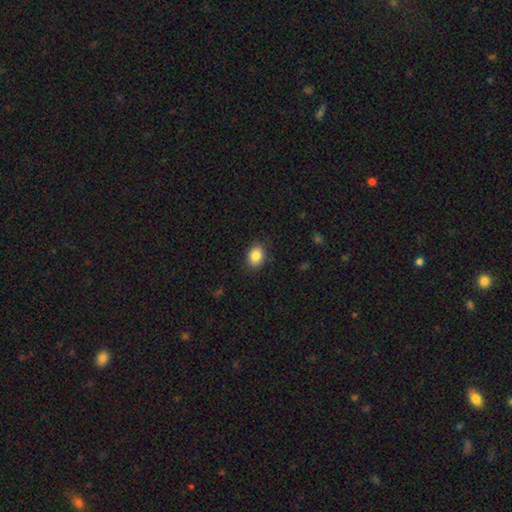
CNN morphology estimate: Smooth or featured?
  - smooth: 87% *
  - star or artifact: 8%
  - featured or disk: 5%
How rounded?
  - in between: 73% *
  - round: 26%
  - cigar-shaped: 1%
Merging?
  - none: 87% *
  - minor disturbance: 10%
  - major disturbance: 3%
  - merger: 1%